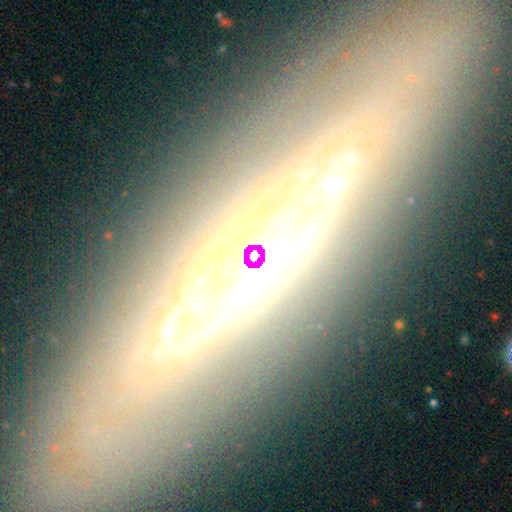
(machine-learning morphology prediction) featured or disk 69%, smooth 16%, star or artifact 15%. Down the decision tree: edge-on disk — yes (70%); merging — none (83%).